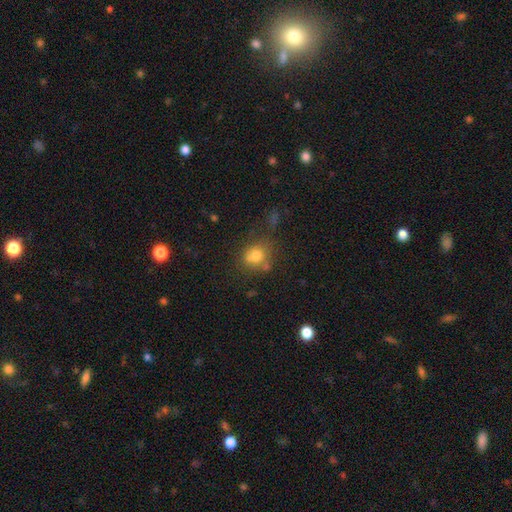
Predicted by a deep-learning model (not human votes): smooth-or-featured: smooth: 74% | star or artifact: 13% | featured or disk: 13%
  how-rounded: round: 74% | in between: 25% | cigar-shaped: 1%
  merging: none: 56% | minor disturbance: 18% | merger: 17% | major disturbance: 8%